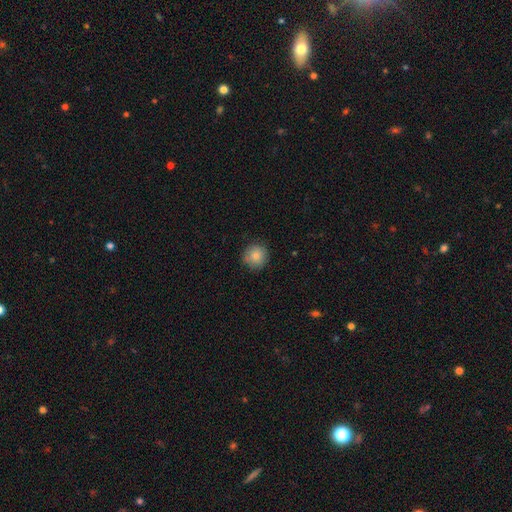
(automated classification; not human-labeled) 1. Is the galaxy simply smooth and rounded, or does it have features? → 84% smooth, 9% star or artifact, 8% featured or disk.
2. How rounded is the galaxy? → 94% round, 5% in between, 1% cigar-shaped.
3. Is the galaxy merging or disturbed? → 87% none, 10% minor disturbance, 2% major disturbance, 1% merger.